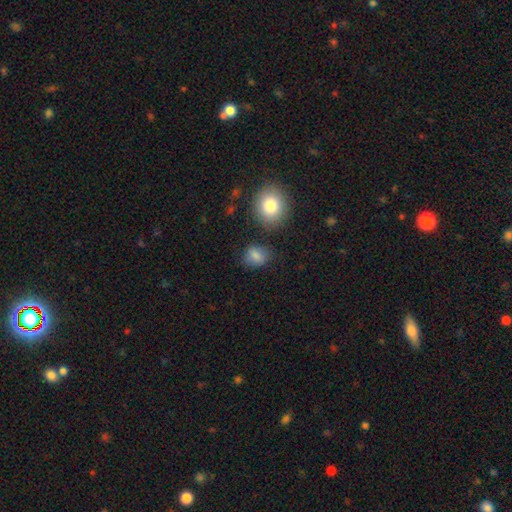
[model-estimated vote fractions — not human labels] Overall: smooth (83%). How rounded: in between (54%; round 44%). Merging: none (73%).